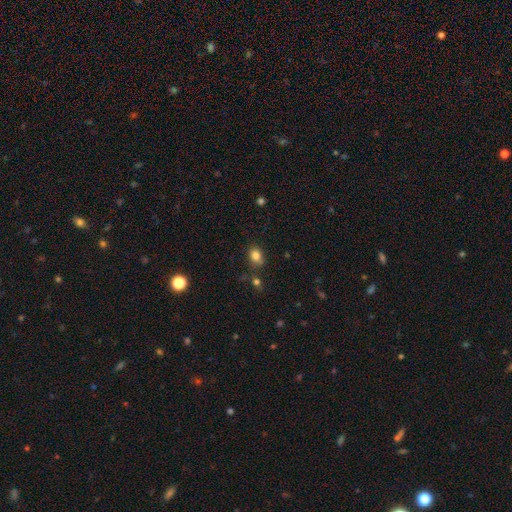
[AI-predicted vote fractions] A smooth galaxy with no disk features (82%) that is in between round and cigar-shaped (61%). Merging: none (74%).